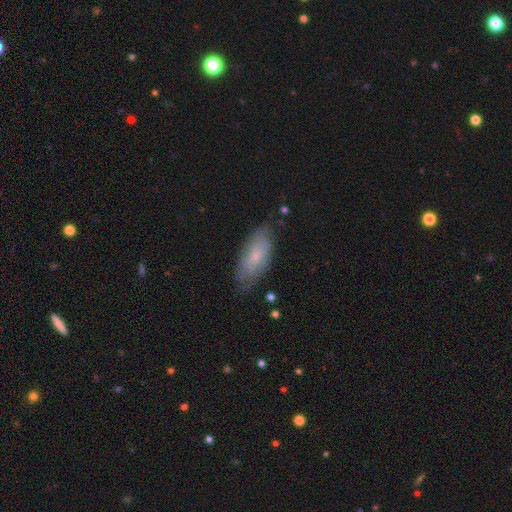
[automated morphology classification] The model was most divided on "smooth or featured": smooth: 60%, featured or disk: 33%, star or artifact: 7%. More confident: how rounded — in between (84%); merging — none (67%).